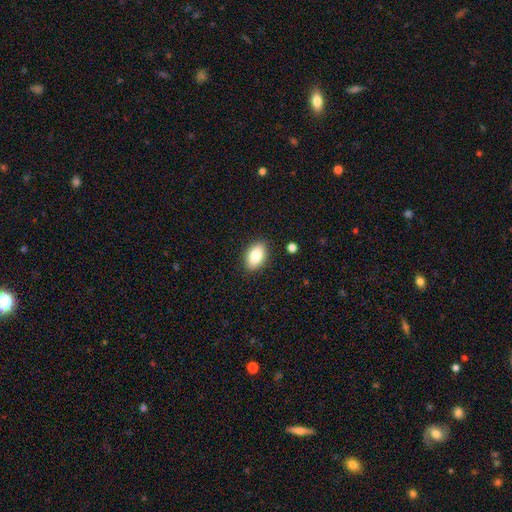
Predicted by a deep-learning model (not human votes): Smooth or featured? Predicted: smooth (p=0.83). How rounded? Predicted: in between (p=0.90). Merging? Predicted: none (p=0.87).